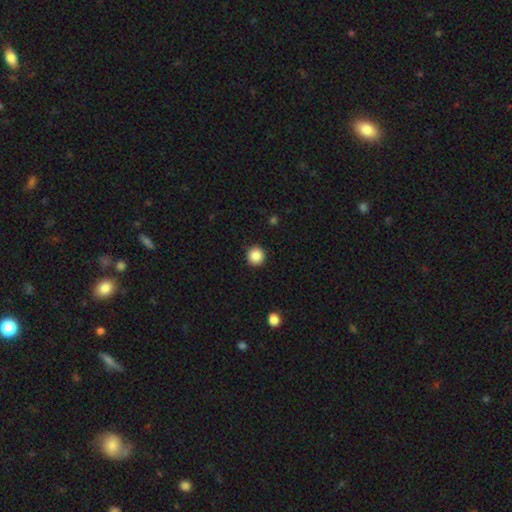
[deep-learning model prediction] smooth-or-featured: smooth: 87% | star or artifact: 9% | featured or disk: 4%
  how-rounded: round: 94% | in between: 5% | cigar-shaped: 1%
  merging: none: 92% | minor disturbance: 5% | major disturbance: 2% | merger: 1%